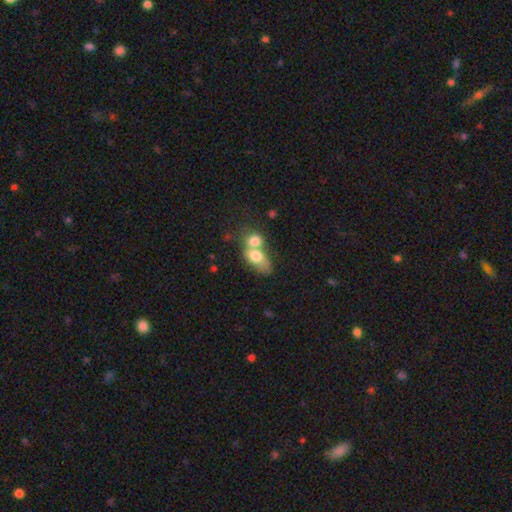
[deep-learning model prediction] smooth_or_featured: smooth (p=0.72) [alt: featured or disk p=0.20]
how_rounded: in between (p=0.77) [alt: round p=0.20]
merging: merger (p=0.73) [alt: none p=0.15]